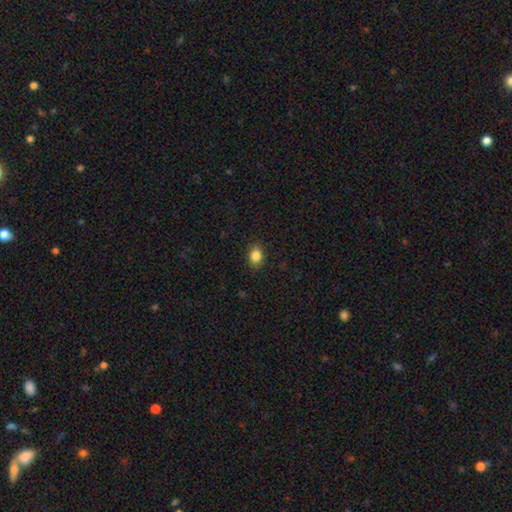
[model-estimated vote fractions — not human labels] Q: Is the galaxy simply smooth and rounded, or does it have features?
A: smooth — 85%.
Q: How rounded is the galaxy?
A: in between — 55%.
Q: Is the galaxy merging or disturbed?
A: none — 88%.